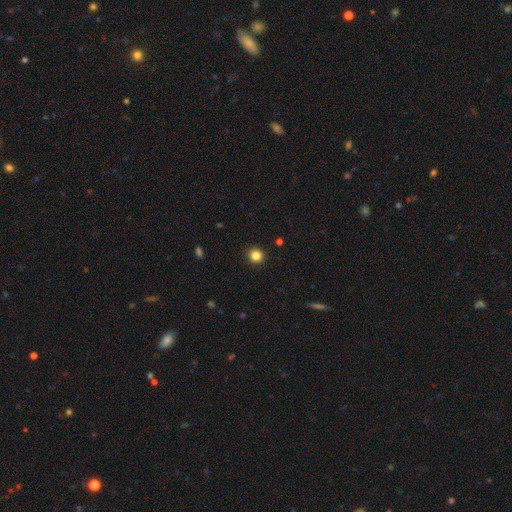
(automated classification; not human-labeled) Smooth or featured: smooth — 84% (star or artifact — 12%)
How rounded: round — 94% (in between — 5%)
Merging: none — 93% (minor disturbance — 5%)